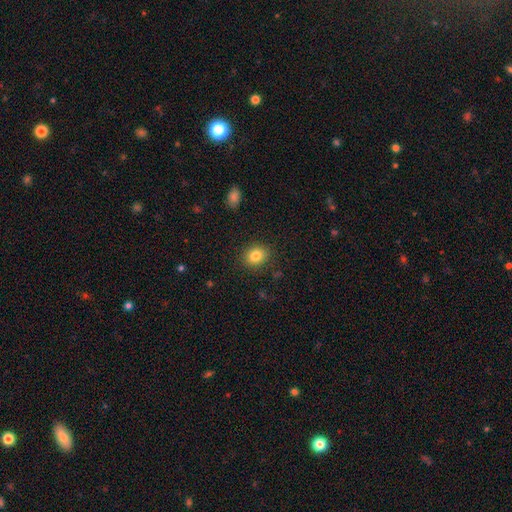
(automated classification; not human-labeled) This is clearly a smooth galaxy (83%). How rounded: likely round (60%). Merging: clearly none (88%).